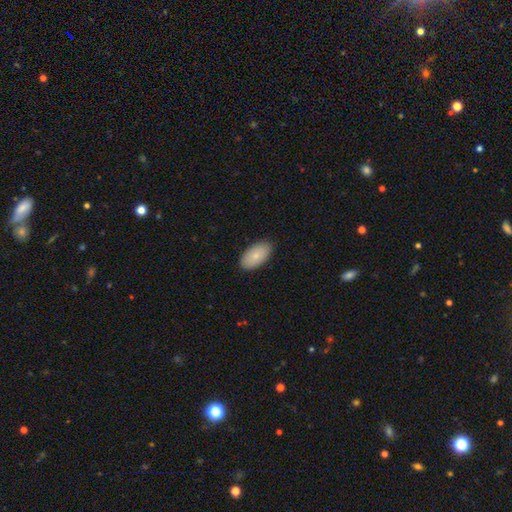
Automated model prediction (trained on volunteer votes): smooth_or_featured: smooth (p=0.82) [alt: featured or disk p=0.12]
how_rounded: in between (p=0.95) [alt: round p=0.03]
merging: none (p=0.87) [alt: minor disturbance p=0.11]